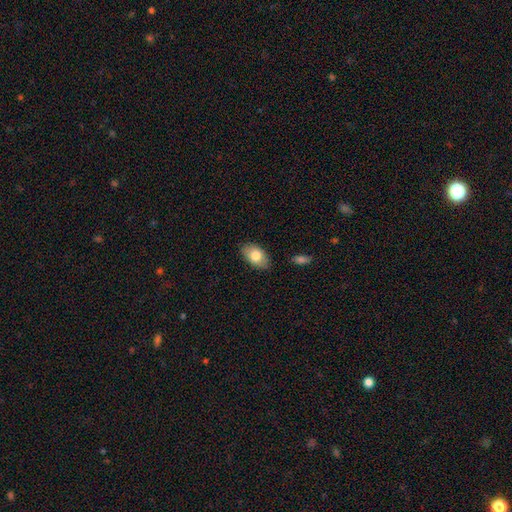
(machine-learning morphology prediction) smooth 79%, featured or disk 15%, star or artifact 7%. Down the decision tree: how rounded — in between (92%); merging — none (85%).